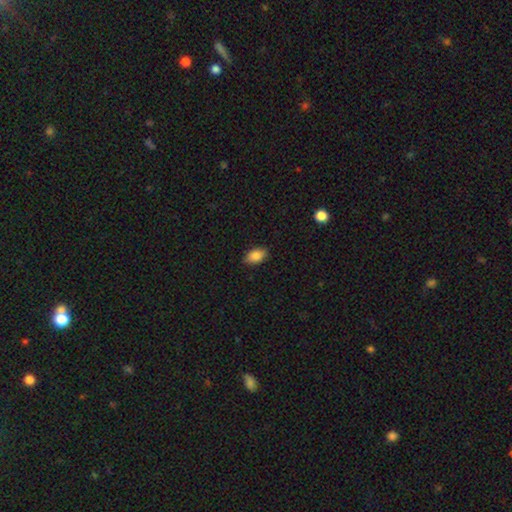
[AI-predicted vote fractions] Smooth or featured?
  - smooth: 87% *
  - star or artifact: 8%
  - featured or disk: 6%
How rounded?
  - in between: 91% *
  - round: 7%
  - cigar-shaped: 2%
Merging?
  - none: 86% *
  - minor disturbance: 11%
  - major disturbance: 2%
  - merger: 1%